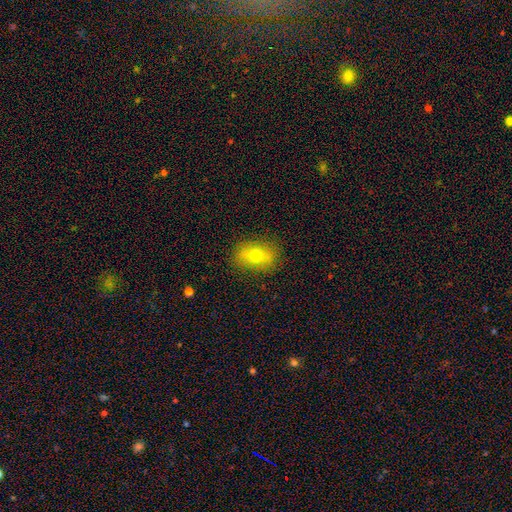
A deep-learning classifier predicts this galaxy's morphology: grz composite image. It shows a smooth galaxy with no disk features (66%) that is in between round and cigar-shaped (77%). Merging: none (83%).